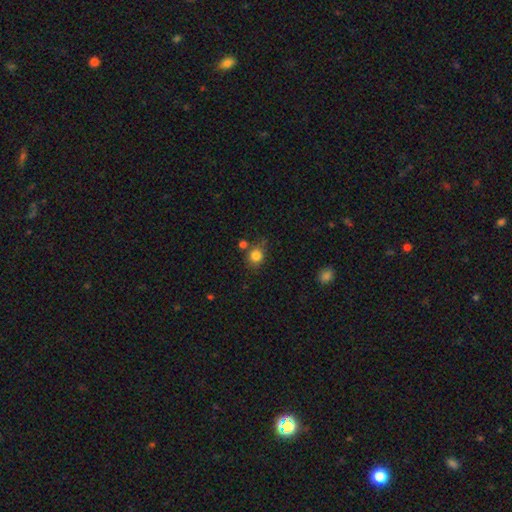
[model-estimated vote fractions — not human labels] Overall: smooth (83%). How rounded: round (77%). Merging: none (69%).